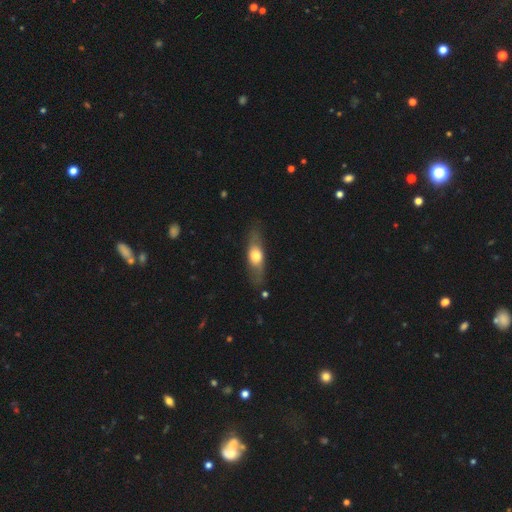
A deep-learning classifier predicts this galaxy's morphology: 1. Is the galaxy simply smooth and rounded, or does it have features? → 51% smooth, 43% featured or disk, 6% star or artifact.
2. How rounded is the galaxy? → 49% in between, 45% cigar-shaped, 5% round.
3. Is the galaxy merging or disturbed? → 78% none, 16% minor disturbance, 5% major disturbance, 2% merger.